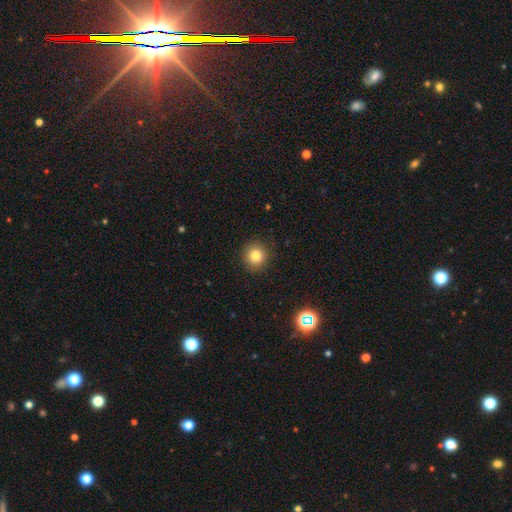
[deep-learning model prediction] smooth_or_featured: smooth (p=0.82) [alt: star or artifact p=0.11]
how_rounded: round (p=0.91) [alt: in between p=0.08]
merging: none (p=0.90) [alt: minor disturbance p=0.07]